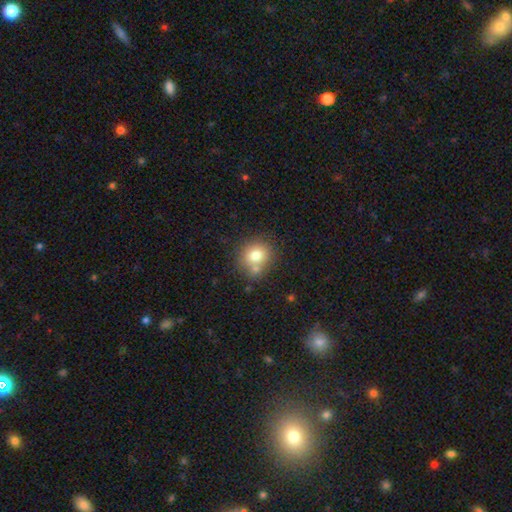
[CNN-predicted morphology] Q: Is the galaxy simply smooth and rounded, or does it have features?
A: smooth — 76%.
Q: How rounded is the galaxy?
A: round — 79%.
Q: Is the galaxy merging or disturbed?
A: none — 63%.